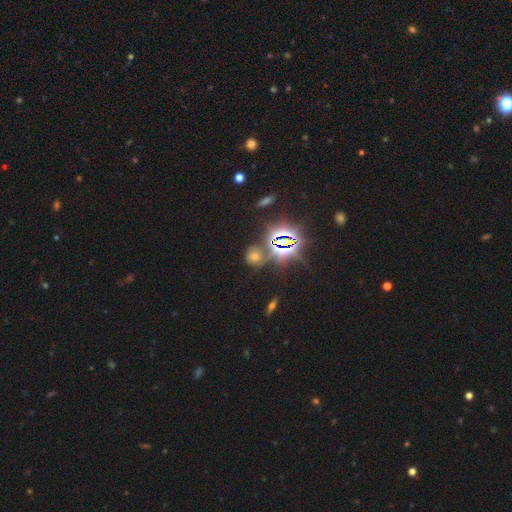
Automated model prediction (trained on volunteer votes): A star or artifact, not a galaxy (69%).